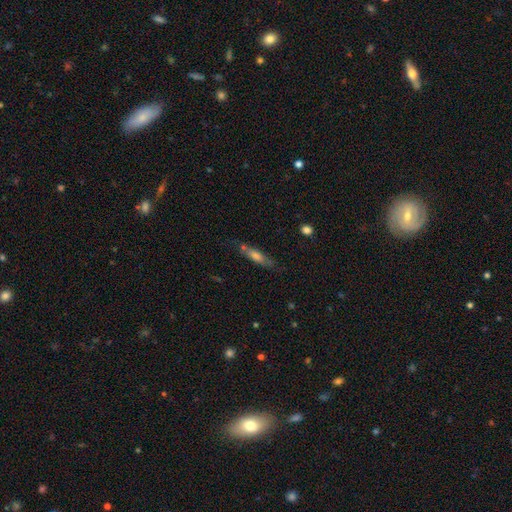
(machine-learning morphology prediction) type=smooth (55%); roundness=cigar-shaped (75%); merging=none (66%).